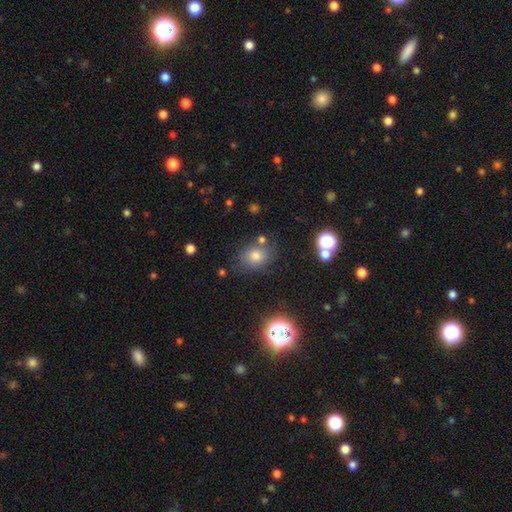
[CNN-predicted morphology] smooth_or_featured: smooth (p=0.72) [alt: star or artifact p=0.17]
how_rounded: round (p=0.53) [alt: in between p=0.46]
merging: none (p=0.72) [alt: minor disturbance p=0.14]